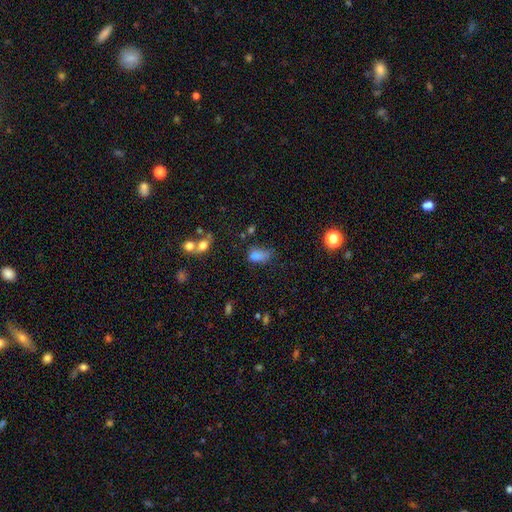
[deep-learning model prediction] smooth-or-featured: smooth: 73% | star or artifact: 14% | featured or disk: 13%
  how-rounded: in between: 80% | round: 15% | cigar-shaped: 5%
  merging: none: 33% | minor disturbance: 32% | major disturbance: 24% | merger: 12%